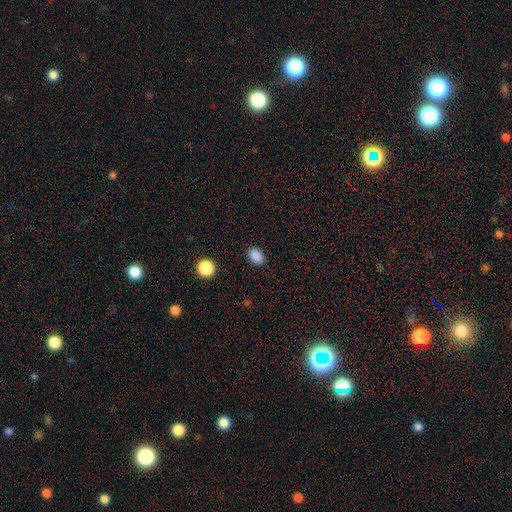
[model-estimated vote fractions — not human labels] The model was most divided on "how rounded": in between: 76%, round: 22%, cigar-shaped: 1%. More confident: smooth or featured — smooth (87%); merging — none (86%).